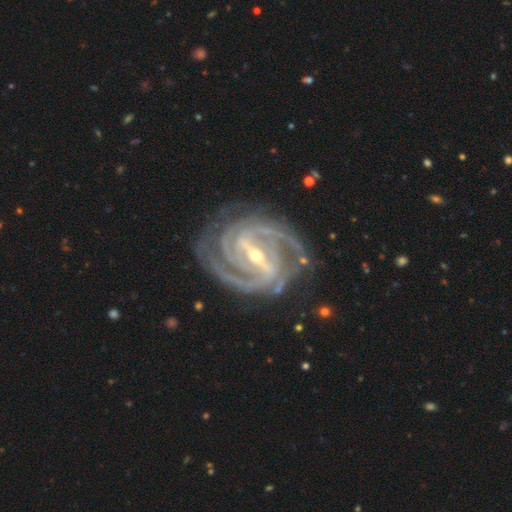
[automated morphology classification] Q: Smooth or featured?
A: featured or disk (94%); runner-up: star or artifact (4%)
Q: Edge-on disk?
A: no (97%); runner-up: yes (3%)
Q: Bar?
A: strong (76%); runner-up: weak (19%)
Q: Spiral arms?
A: yes (99%); runner-up: no (1%)
Q: Spiral winding?
A: tight (68%); runner-up: medium (28%)
Q: Spiral arm count?
A: 3 (29%); tied with: 2 (29%)
Q: Bulge size?
A: small (65%); runner-up: moderate (33%)
Q: Merging?
A: none (80%); runner-up: minor disturbance (14%)